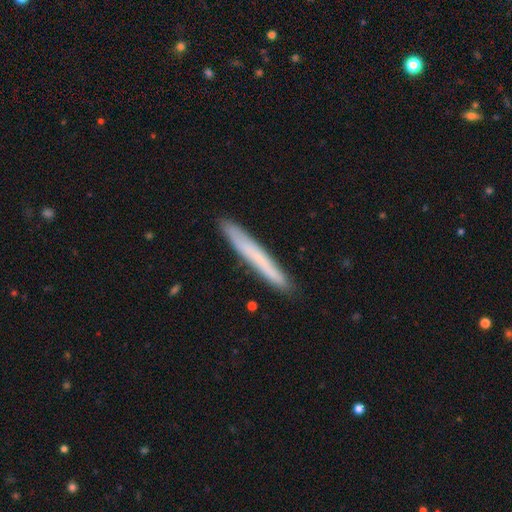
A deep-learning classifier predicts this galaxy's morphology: smooth_or_featured: smooth (p=0.62) [alt: featured or disk p=0.31]
how_rounded: cigar-shaped (p=0.97) [alt: in between p=0.02]
merging: none (p=0.89) [alt: minor disturbance p=0.08]